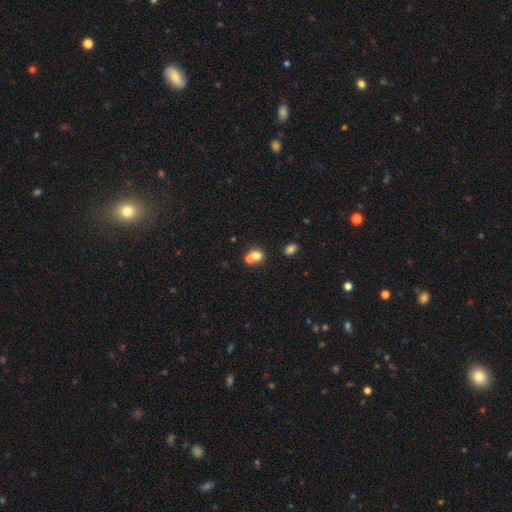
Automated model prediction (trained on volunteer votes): Smooth or featured? Predicted: smooth (p=0.72). How rounded? Predicted: round (p=0.67). Merging? Predicted: merger (p=0.58).